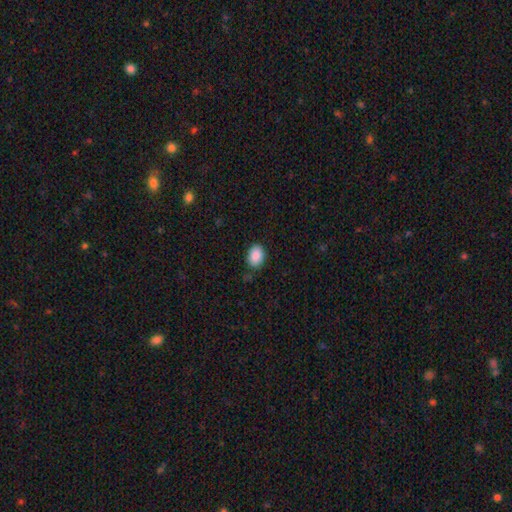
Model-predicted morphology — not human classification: Smooth or featured?
  - smooth: 89% *
  - star or artifact: 8%
  - featured or disk: 4%
How rounded?
  - in between: 78% *
  - round: 21%
  - cigar-shaped: 1%
Merging?
  - none: 84% *
  - minor disturbance: 12%
  - major disturbance: 3%
  - merger: 2%